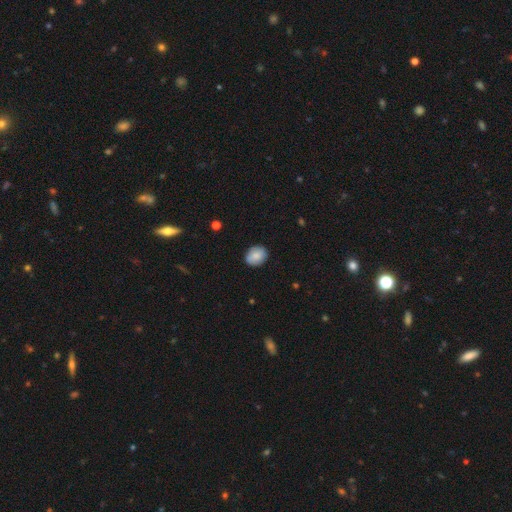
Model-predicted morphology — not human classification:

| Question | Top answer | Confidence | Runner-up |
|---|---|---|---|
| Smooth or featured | smooth | 82% | featured or disk (10%) |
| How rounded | round | 51% | in between (48%) |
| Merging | none | 86% | minor disturbance (11%) |